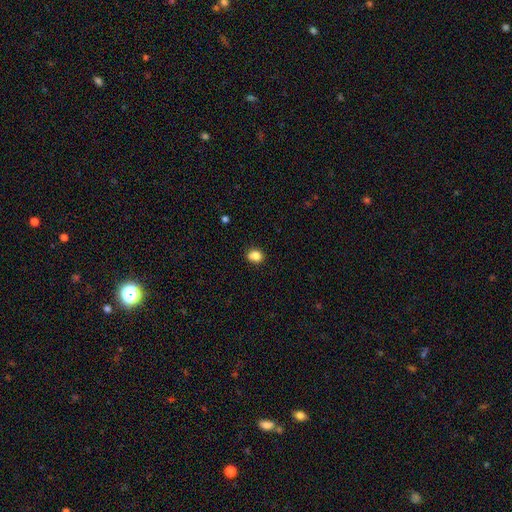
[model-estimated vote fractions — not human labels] A smooth galaxy with no disk features (84%) that is round (63%). Merging: none (84%).